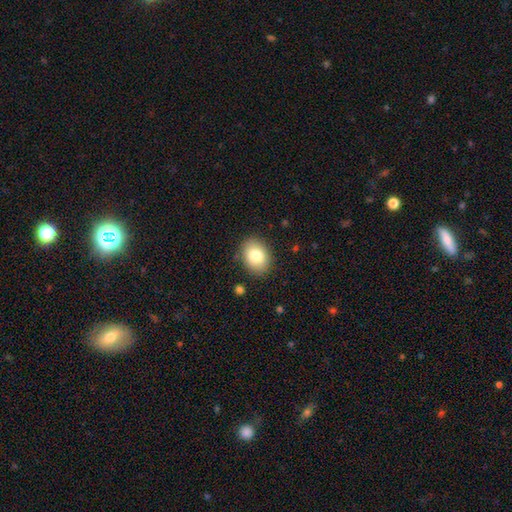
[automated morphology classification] This is clearly a smooth galaxy (82%). How rounded: likely in between (65%). Merging: clearly none (86%).